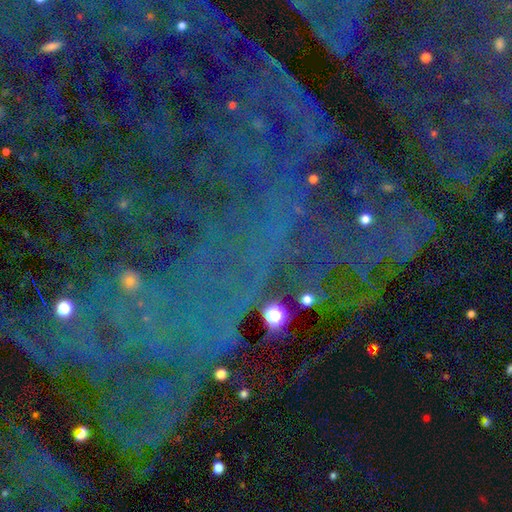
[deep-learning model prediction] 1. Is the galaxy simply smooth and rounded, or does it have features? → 85% star or artifact, 8% featured or disk, 7% smooth.